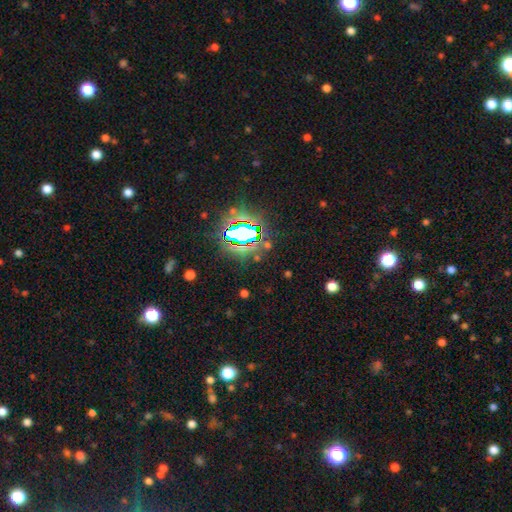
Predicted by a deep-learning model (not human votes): The model was most divided on "smooth or featured": star or artifact: 75%, smooth: 15%, featured or disk: 10%.